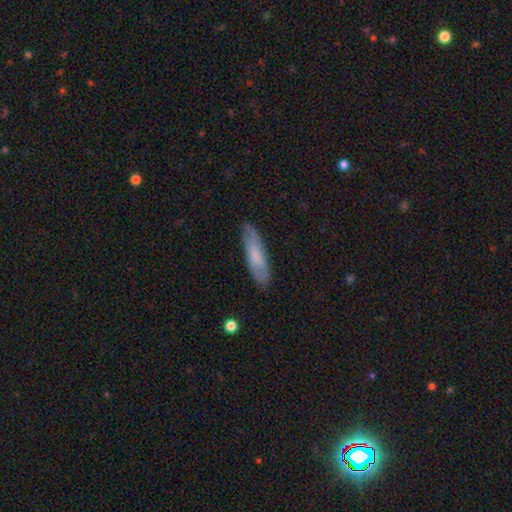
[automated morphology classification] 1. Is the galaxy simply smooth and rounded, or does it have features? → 66% smooth, 28% featured or disk, 6% star or artifact.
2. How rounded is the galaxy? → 70% cigar-shaped, 28% in between, 2% round.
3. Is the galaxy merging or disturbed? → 83% none, 14% minor disturbance, 3% major disturbance, 1% merger.